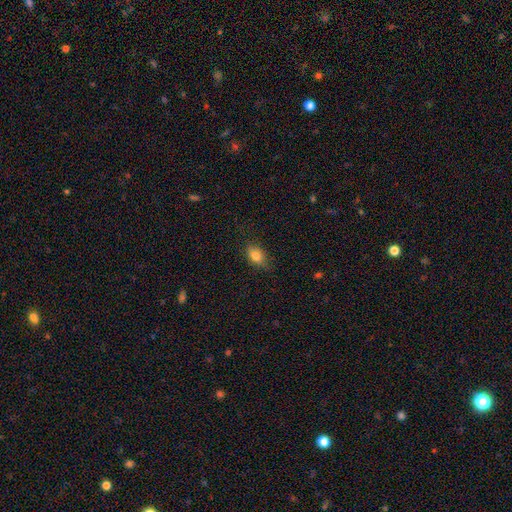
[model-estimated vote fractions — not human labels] smooth_or_featured: smooth (p=0.79) [alt: featured or disk p=0.12]
how_rounded: in between (p=0.83) [alt: round p=0.12]
merging: none (p=0.77) [alt: minor disturbance p=0.18]